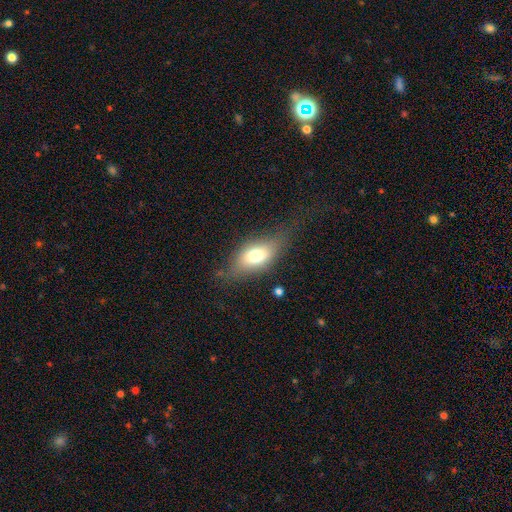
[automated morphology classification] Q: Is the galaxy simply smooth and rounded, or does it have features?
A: smooth — 66%.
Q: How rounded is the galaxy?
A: in between — 83%.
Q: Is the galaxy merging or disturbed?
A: none — 61%.